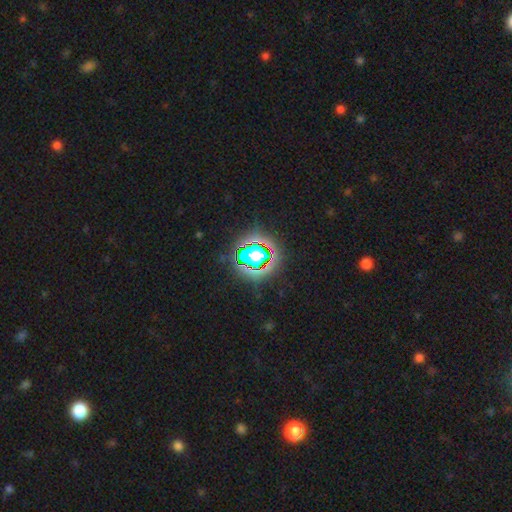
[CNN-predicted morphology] smooth_or_featured: star or artifact (p=0.57) [alt: smooth p=0.27]